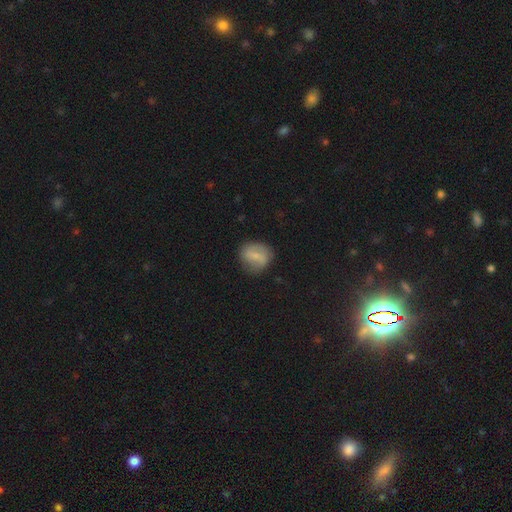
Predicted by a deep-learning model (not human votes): Smooth or featured? smooth (61%)
How rounded? round (69%)
Merging? none (71%)